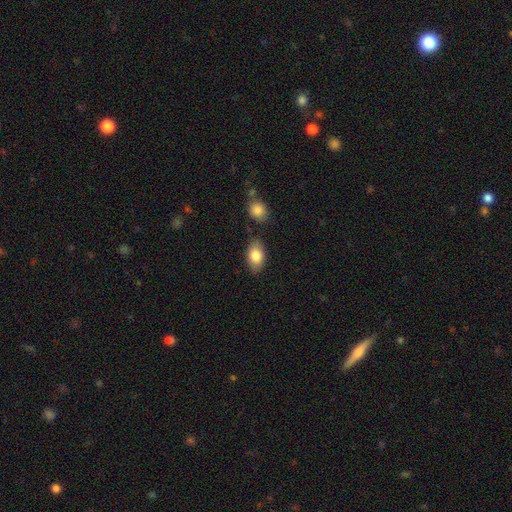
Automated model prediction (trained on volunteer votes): Smooth or featured? Predicted: smooth (p=0.82). How rounded? Predicted: in between (p=0.91). Merging? Predicted: none (p=0.79).